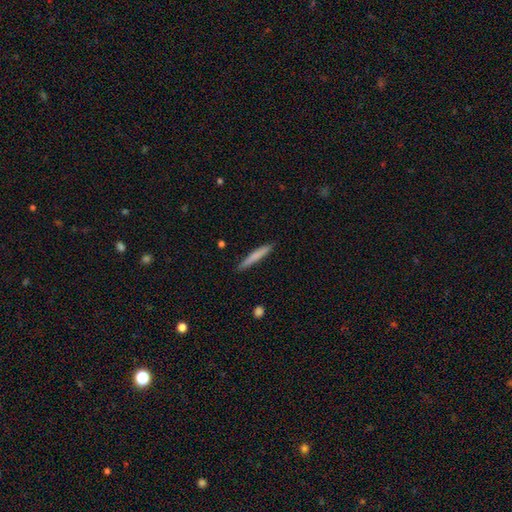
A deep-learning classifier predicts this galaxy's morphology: Smooth or featured? smooth (76%)
How rounded? cigar-shaped (95%)
Merging? none (89%)